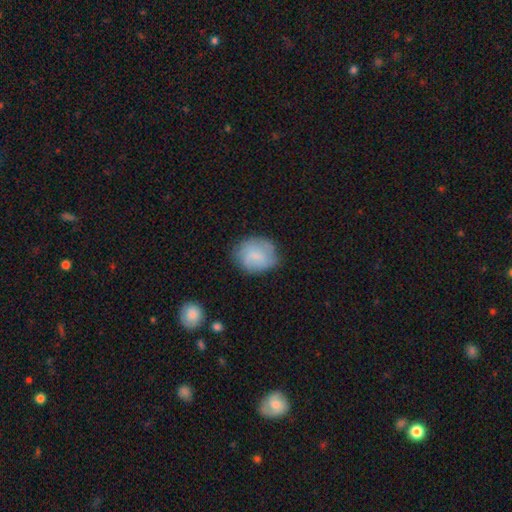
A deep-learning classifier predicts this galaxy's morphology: This appears to be a smooth galaxy with no disk features (75%) that is round (64%). Merging: none (64%).